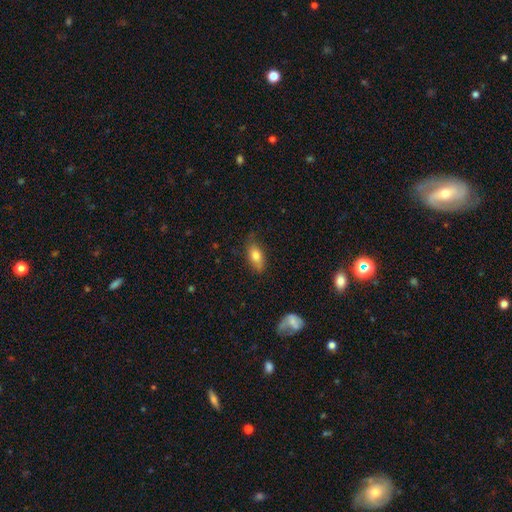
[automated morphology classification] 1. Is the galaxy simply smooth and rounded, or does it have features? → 77% smooth, 15% featured or disk, 8% star or artifact.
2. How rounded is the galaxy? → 83% in between, 12% cigar-shaped, 5% round.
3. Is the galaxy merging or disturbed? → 73% none, 21% minor disturbance, 5% major disturbance, 2% merger.